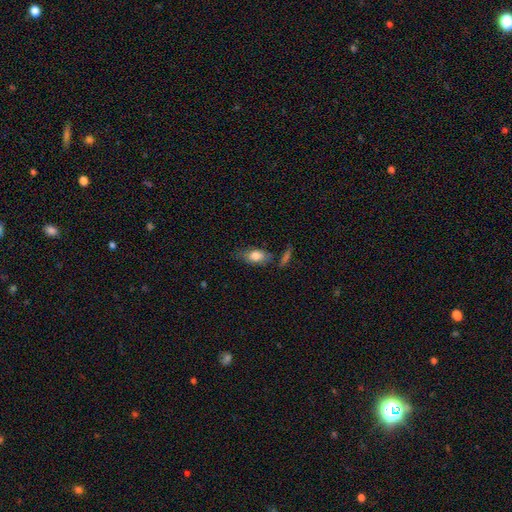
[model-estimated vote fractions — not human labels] Overall: smooth (76%). How rounded: in between (85%). Merging: none (63%).